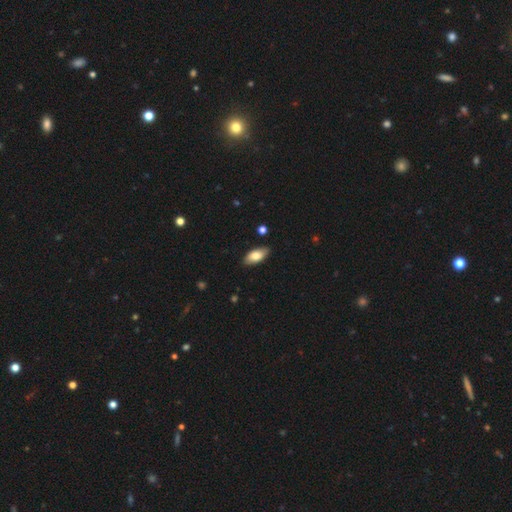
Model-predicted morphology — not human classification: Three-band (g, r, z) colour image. It shows a smooth galaxy with no disk features (79%) that is in between round and cigar-shaped (89%). Merging: none (85%).